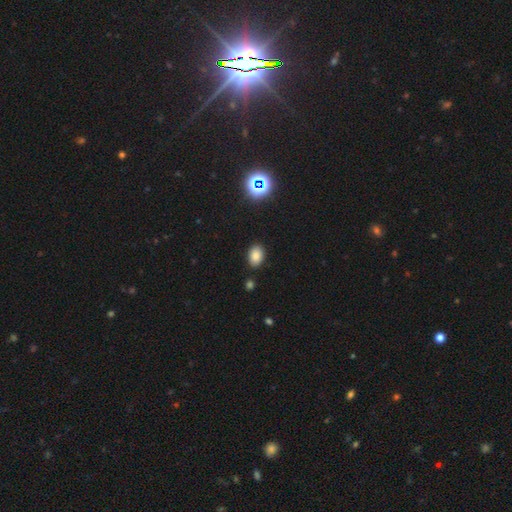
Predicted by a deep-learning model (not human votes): Q: Smooth or featured?
A: smooth (82%); runner-up: star or artifact (13%)
Q: How rounded?
A: in between (83%); runner-up: round (16%)
Q: Merging?
A: none (86%); runner-up: minor disturbance (9%)